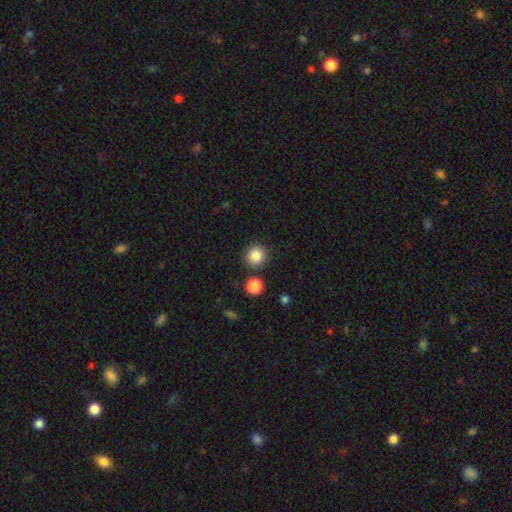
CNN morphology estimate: Smooth or featured?
  - smooth: 86% *
  - star or artifact: 10%
  - featured or disk: 4%
How rounded?
  - round: 92% *
  - in between: 7%
  - cigar-shaped: 1%
Merging?
  - none: 86% *
  - minor disturbance: 7%
  - merger: 5%
  - major disturbance: 2%